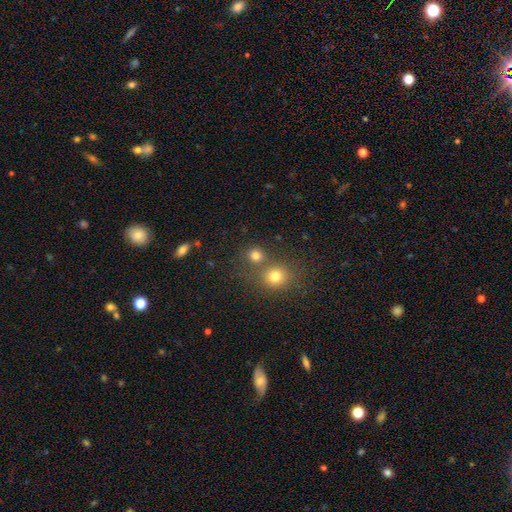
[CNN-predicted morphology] This appears to be a smooth galaxy with no disk features (78%) that is round (86%). Merging: none (62%).